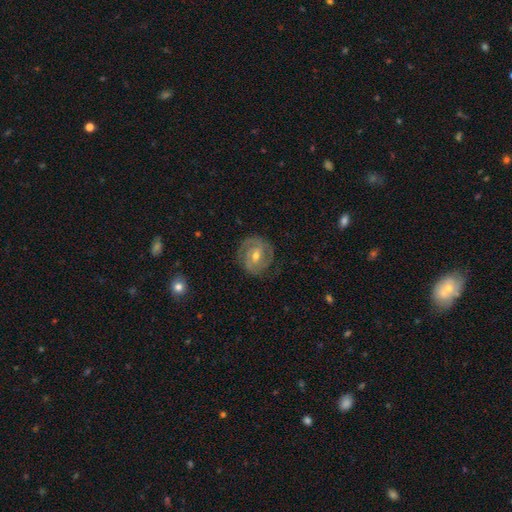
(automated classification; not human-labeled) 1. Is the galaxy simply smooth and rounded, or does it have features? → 83% featured or disk, 11% smooth, 6% star or artifact.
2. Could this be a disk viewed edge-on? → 97% no, 3% yes.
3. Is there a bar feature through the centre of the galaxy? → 49% weak, 33% no, 18% strong.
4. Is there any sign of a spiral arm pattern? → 94% yes, 6% no.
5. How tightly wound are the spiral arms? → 63% tight, 31% medium, 6% loose.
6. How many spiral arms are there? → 63% 2, 15% 3, 13% can't tell, 3% 4, 3% 1, 3% more than 4.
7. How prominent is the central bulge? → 61% moderate, 35% small, 2% large, 1% none, 1% dominant.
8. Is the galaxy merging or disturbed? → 82% none, 13% minor disturbance, 4% major disturbance, 1% merger.